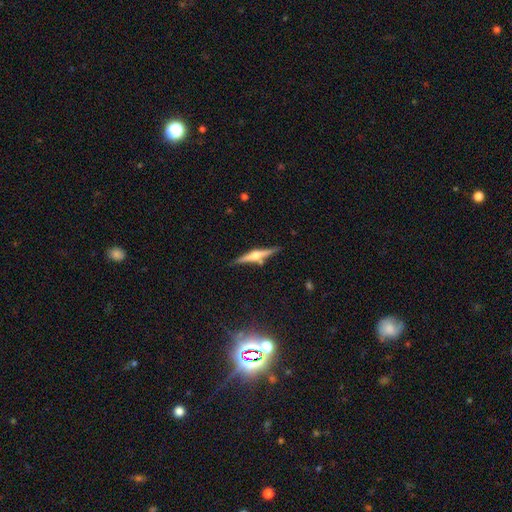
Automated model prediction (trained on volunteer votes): smooth-or-featured: featured or disk: 72% | smooth: 21% | star or artifact: 7%
  disk-edge-on: yes: 97% | no: 3%
    edge-on-bulge: rounded: 92% | boxy: 5% | none: 3%
  merging: none: 82% | minor disturbance: 10% | merger: 6% | major disturbance: 2%